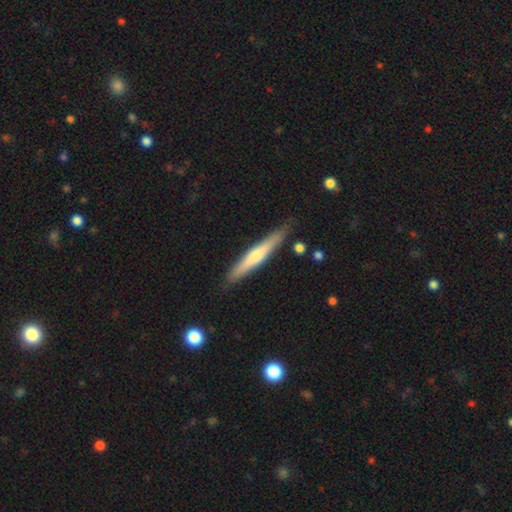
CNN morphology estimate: Smooth or featured? featured or disk (57%)
Edge-on disk? yes (95%)
Edge-on bulge? rounded (68%)
Merging? none (87%)